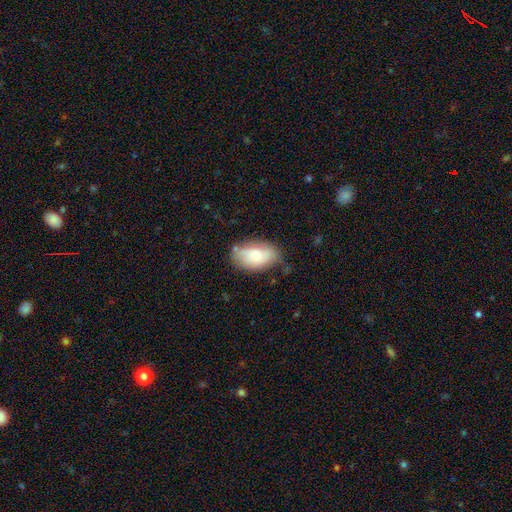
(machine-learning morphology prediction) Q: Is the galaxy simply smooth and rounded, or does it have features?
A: smooth — 70%.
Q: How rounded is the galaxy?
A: in between — 93%.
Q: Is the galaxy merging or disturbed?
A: none — 62%.